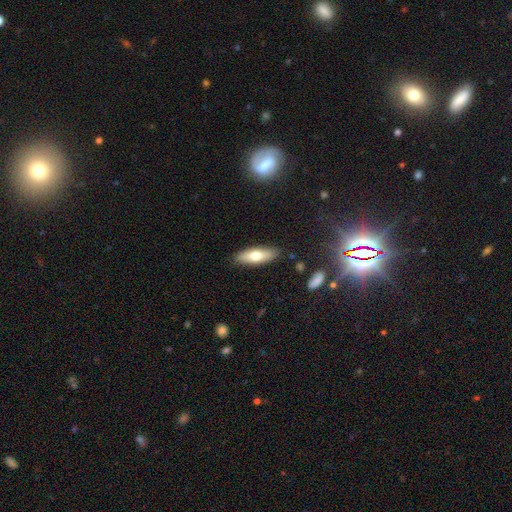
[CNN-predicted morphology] The model was most divided on "how rounded": in between: 52%, cigar-shaped: 46%, round: 2%. More confident: merging — none (86%); smooth or featured — smooth (67%).